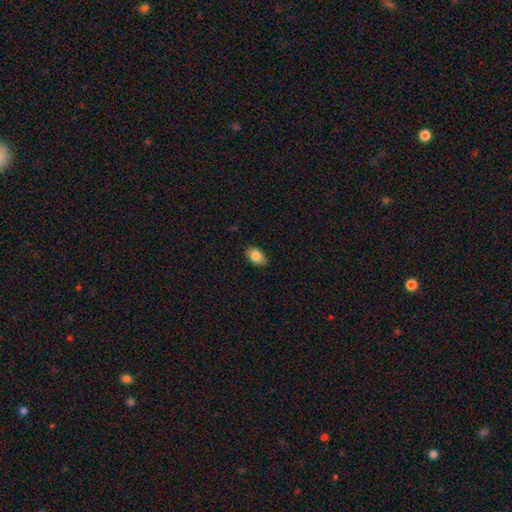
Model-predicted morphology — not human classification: smooth-or-featured: smooth: 83% | featured or disk: 10% | star or artifact: 8%
  how-rounded: in between: 89% | round: 10% | cigar-shaped: 2%
  merging: none: 85% | minor disturbance: 12% | major disturbance: 2% | merger: 1%